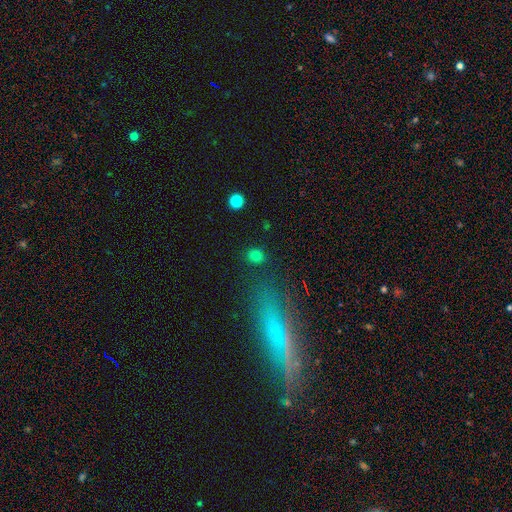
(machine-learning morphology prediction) The model was most divided on "how rounded": round: 77%, in between: 22%, cigar-shaped: 1%. More confident: merging — none (86%); smooth or featured — smooth (80%).